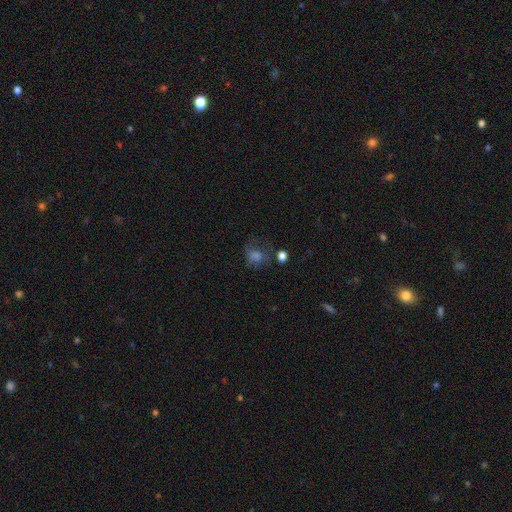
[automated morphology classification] Q: Smooth or featured?
A: smooth (55%); runner-up: star or artifact (26%)
Q: How rounded?
A: round (62%); runner-up: in between (36%)
Q: Merging?
A: none (51%); runner-up: minor disturbance (22%)